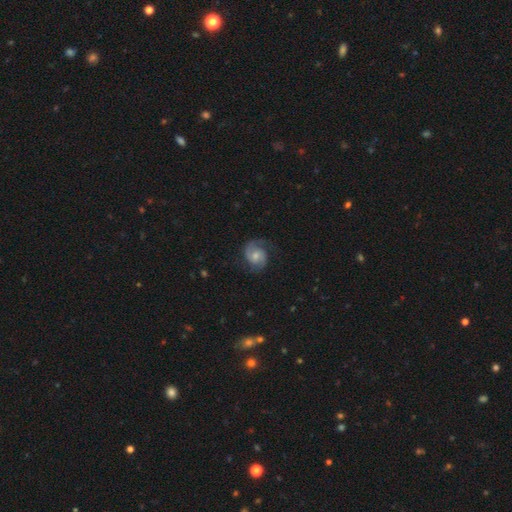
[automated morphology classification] type=featured or disk (78%); edge-on=no (98%); bar=no (62%); spiral arms=yes (96%); winding=medium (49%); arm count=2 (83%); bulge=moderate (46%); merging=none (70%).